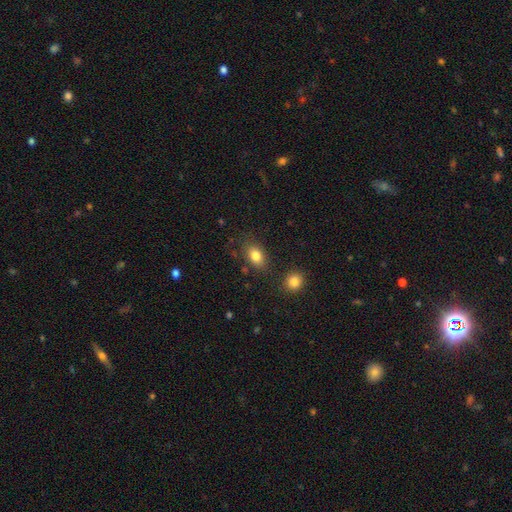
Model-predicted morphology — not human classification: Overall: smooth (82%). How rounded: in between (80%). Merging: none (78%).